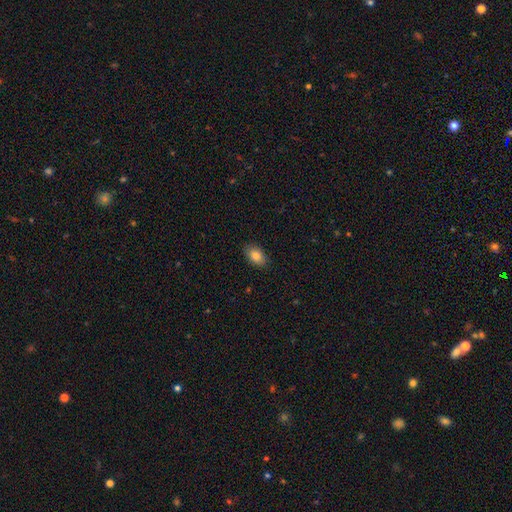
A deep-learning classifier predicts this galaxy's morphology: A smooth galaxy with no disk features (85%) that is in between round and cigar-shaped (87%). Merging: none (87%).